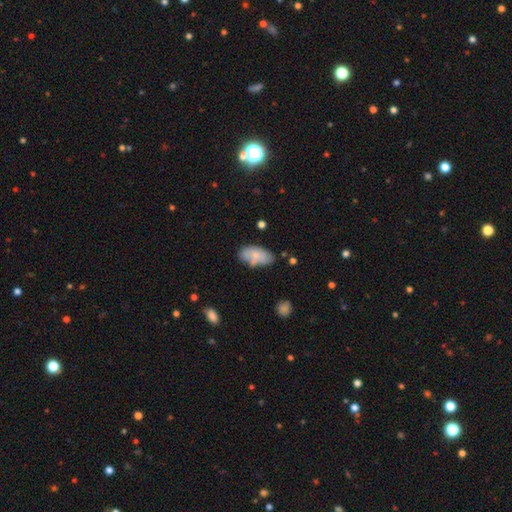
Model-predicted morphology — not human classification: A smooth galaxy with no disk features (70%) that is in between round and cigar-shaped (93%).

Vote fractions:
- Smooth or featured? smooth: 70% / featured or disk: 23% / star or artifact: 7%
- How rounded? in between: 93% / cigar-shaped: 4% / round: 3%
- Merging? none: 55% / minor disturbance: 27% / merger: 11% / major disturbance: 7%